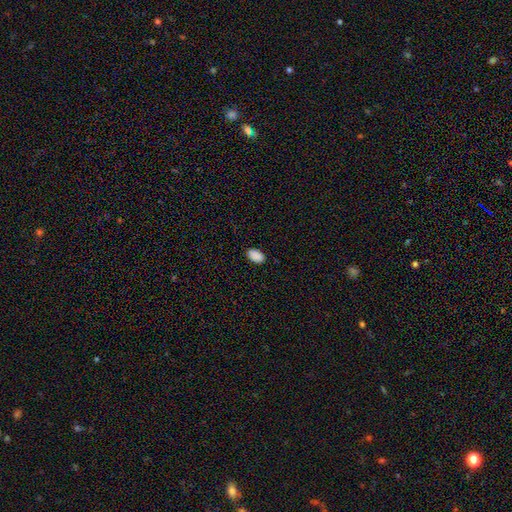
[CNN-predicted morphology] A smooth galaxy with no disk features (90%) that is in between round and cigar-shaped (93%). Merging: none (88%).